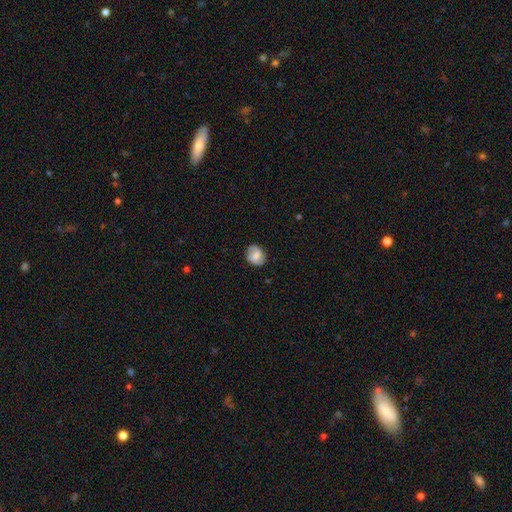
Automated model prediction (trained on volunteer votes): smooth 48%, featured or disk 45%, star or artifact 7%. Down the decision tree: merging — none (81%).